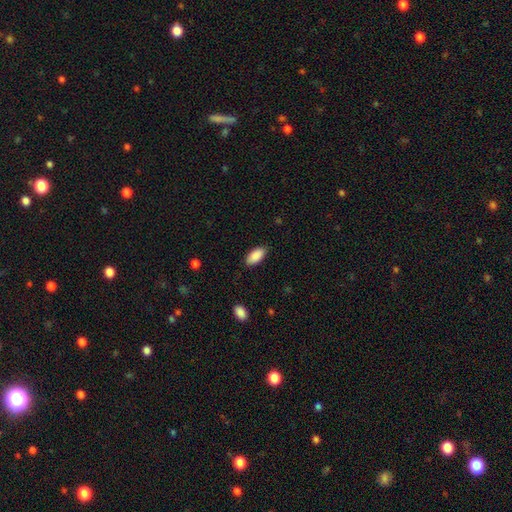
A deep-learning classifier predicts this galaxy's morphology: type=smooth (90%); roundness=in between (92%); merging=none (86%).